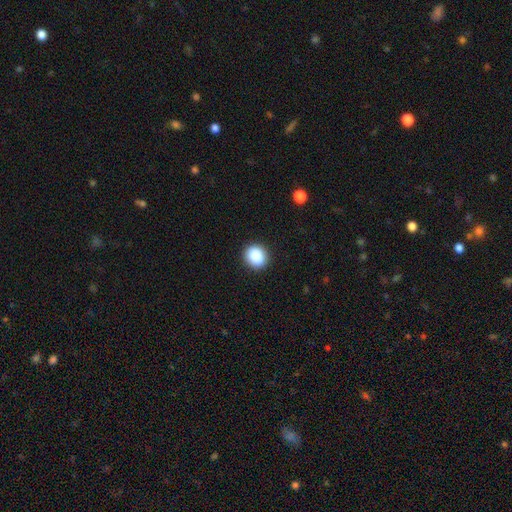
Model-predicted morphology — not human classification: Overall: smooth (88%). How rounded: round (80%). Merging: none (91%).